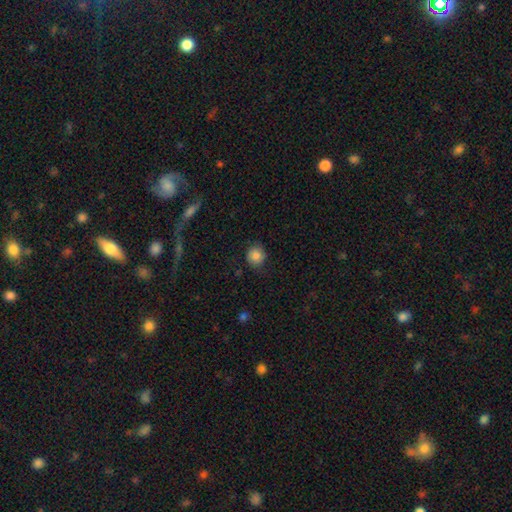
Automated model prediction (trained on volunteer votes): Smooth or featured: smooth — 83% (star or artifact — 9%)
How rounded: round — 85% (in between — 14%)
Merging: none — 79% (minor disturbance — 16%)